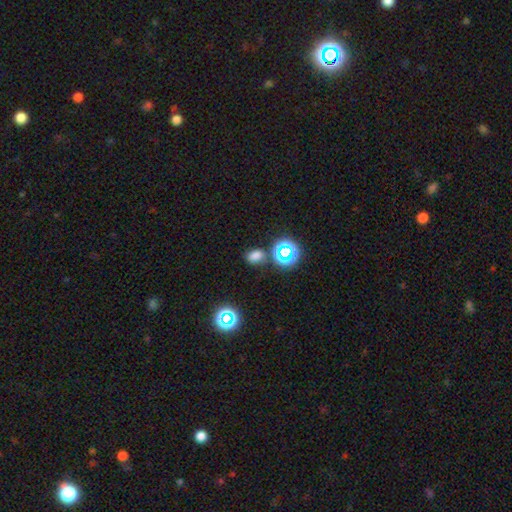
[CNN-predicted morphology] This appears to be a smooth galaxy with no disk features (71%) that is in between round and cigar-shaped (68%). Merging: none (75%).